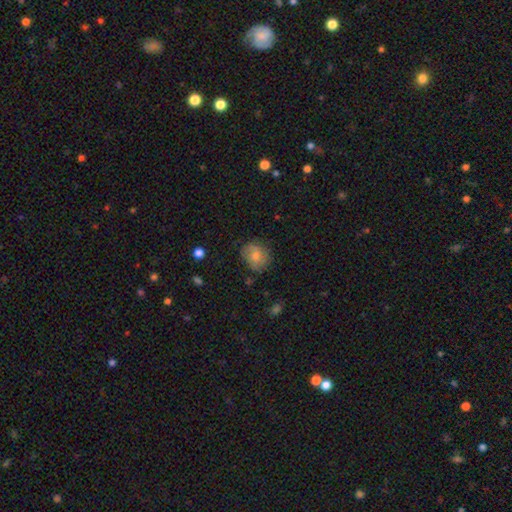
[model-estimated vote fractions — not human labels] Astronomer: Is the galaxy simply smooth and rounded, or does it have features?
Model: smooth — 70%.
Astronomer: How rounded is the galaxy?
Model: round — 65%.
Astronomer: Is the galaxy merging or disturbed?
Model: none — 70%.